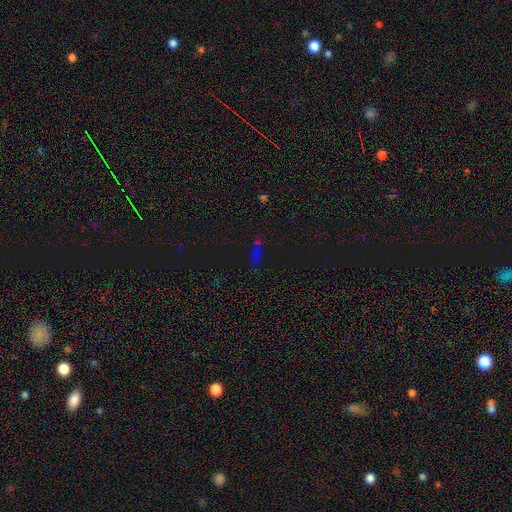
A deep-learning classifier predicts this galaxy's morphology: A star or artifact, not a galaxy (52%).

Vote fractions:
- Smooth or featured? star or artifact: 52% / smooth: 36% / featured or disk: 12%